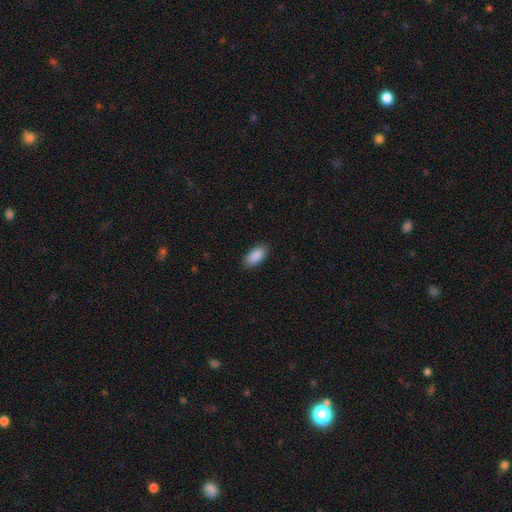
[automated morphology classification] Smooth or featured? smooth (90%)
How rounded? in between (92%)
Merging? none (87%)